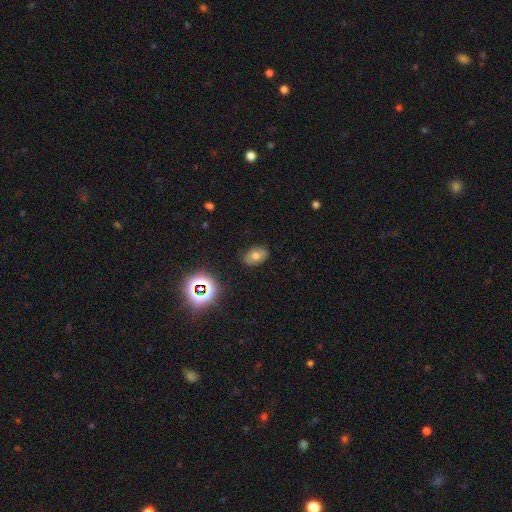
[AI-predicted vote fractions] This is likely a smooth galaxy (66%). How rounded: clearly in between (85%). Merging: clearly none (84%).